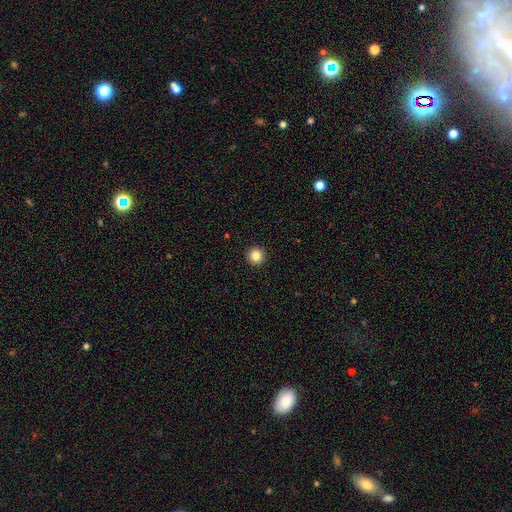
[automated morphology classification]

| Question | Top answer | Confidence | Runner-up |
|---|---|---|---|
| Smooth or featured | smooth | 85% | star or artifact (11%) |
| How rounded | round | 96% | in between (3%) |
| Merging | none | 94% | minor disturbance (4%) |